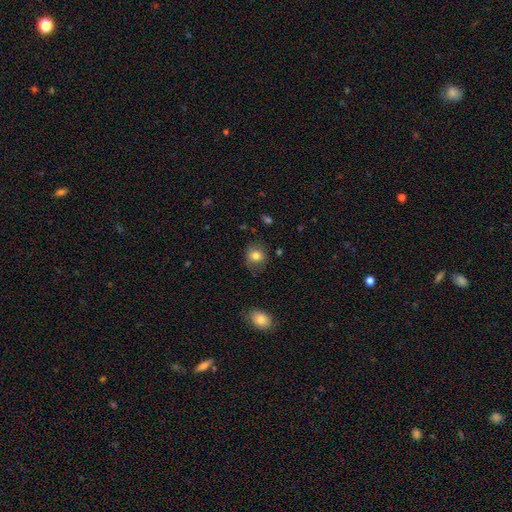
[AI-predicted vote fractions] This appears to be a smooth galaxy with no disk features (79%) that is round (74%). Merging: none (72%).